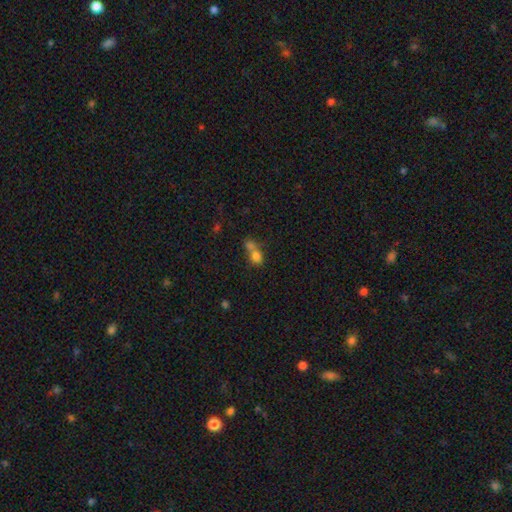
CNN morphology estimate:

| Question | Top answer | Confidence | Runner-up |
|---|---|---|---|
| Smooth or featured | smooth | 75% | featured or disk (12%) |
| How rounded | round | 51% | in between (46%) |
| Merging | merger | 62% | none (26%) |